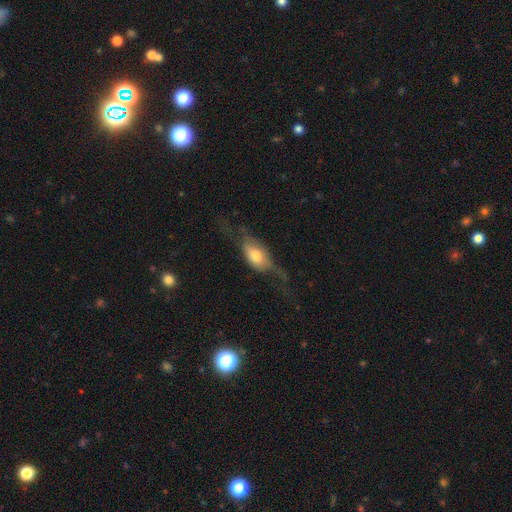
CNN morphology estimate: This is possibly a smooth galaxy (47%). Merging: marginally major disturbance (42%).